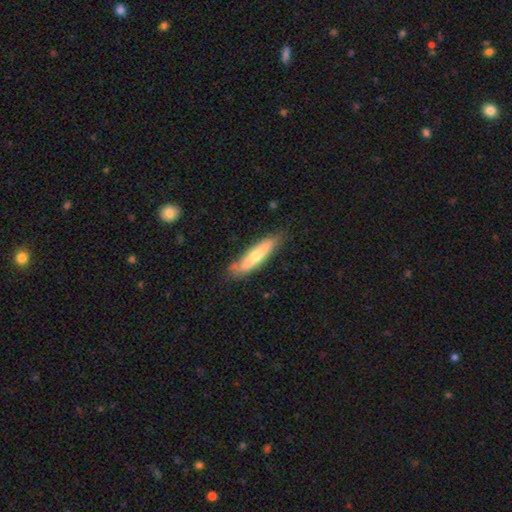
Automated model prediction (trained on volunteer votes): Q: Smooth or featured?
A: smooth (57%); runner-up: featured or disk (38%)
Q: How rounded?
A: cigar-shaped (76%); runner-up: in between (22%)
Q: Merging?
A: none (76%); runner-up: minor disturbance (18%)